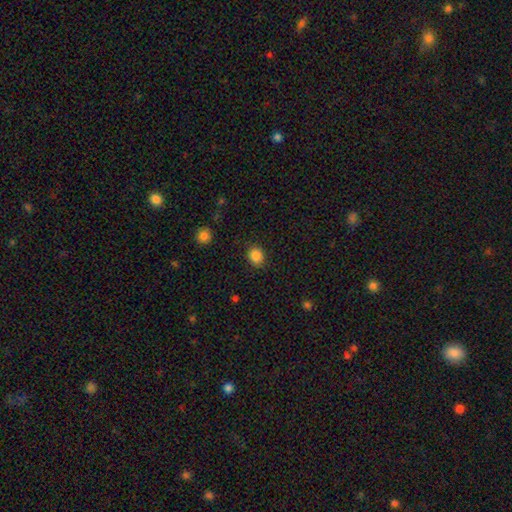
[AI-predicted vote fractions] Q: Smooth or featured?
A: smooth (86%); runner-up: star or artifact (10%)
Q: How rounded?
A: round (66%); runner-up: in between (33%)
Q: Merging?
A: none (89%); runner-up: minor disturbance (8%)